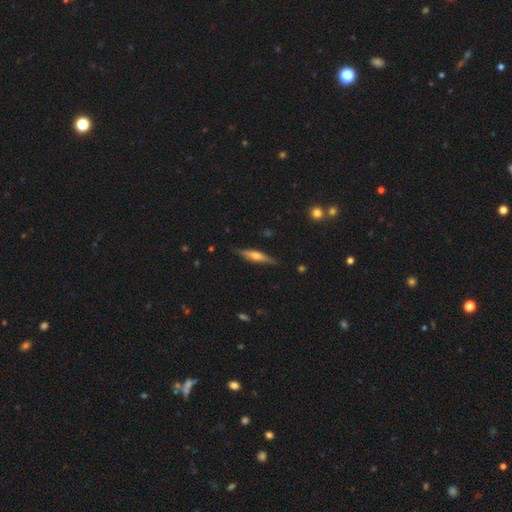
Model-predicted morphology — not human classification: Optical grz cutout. It shows a featured or disk galaxy (58%) viewed edge-on (94%) with a rounded central bulge (82%). Merging: none (85%).